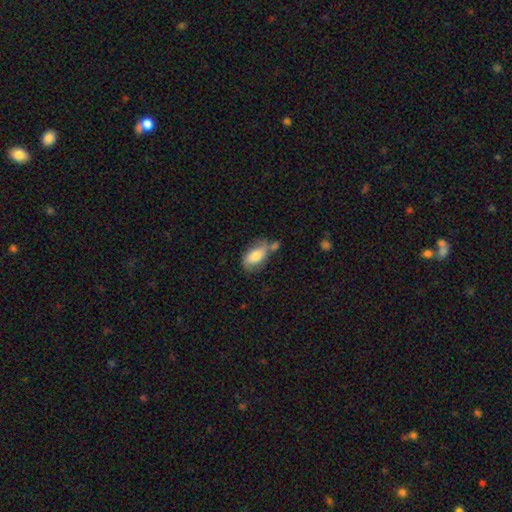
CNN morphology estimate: This appears to be a smooth galaxy with no disk features (73%) that is in between round and cigar-shaped (89%). Merging: none (43%).